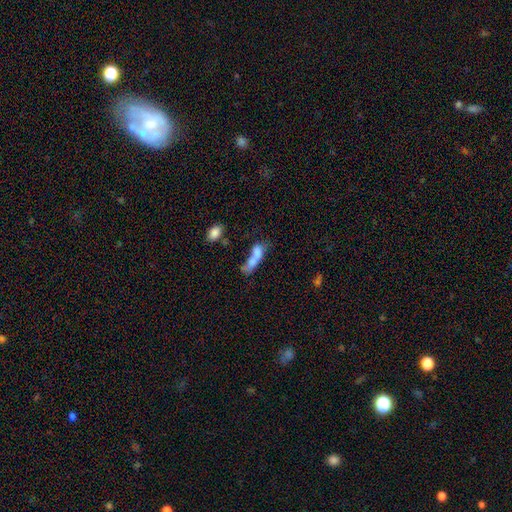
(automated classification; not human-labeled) This is likely a smooth galaxy (64%). How rounded: possibly in between (59%). Merging: likely merger (63%).